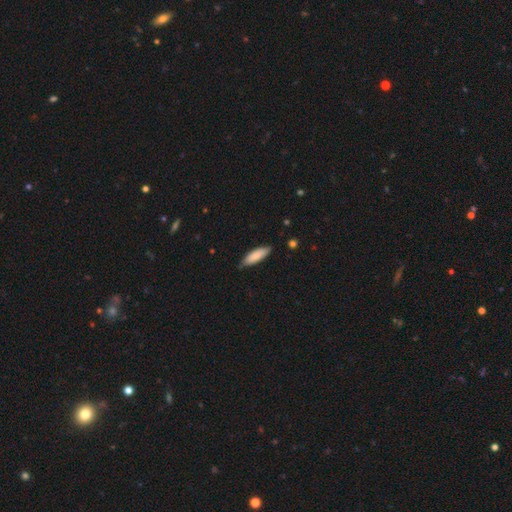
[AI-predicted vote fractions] Smooth or featured? Predicted: smooth (p=0.83). How rounded? Predicted: cigar-shaped (p=0.50). Merging? Predicted: none (p=0.78).